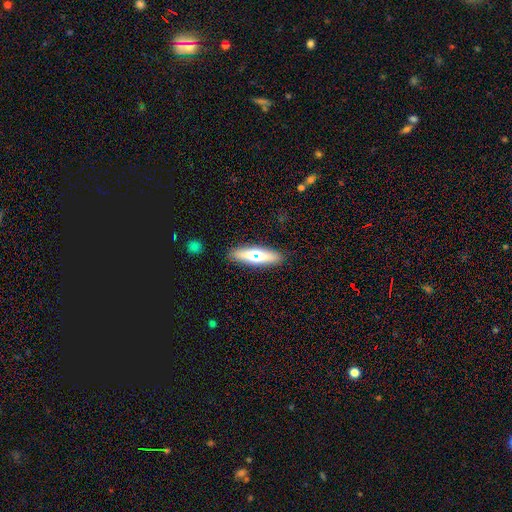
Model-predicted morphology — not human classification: Smooth or featured? Predicted: smooth (p=0.57). How rounded? Predicted: cigar-shaped (p=0.60). Merging? Predicted: none (p=0.88).